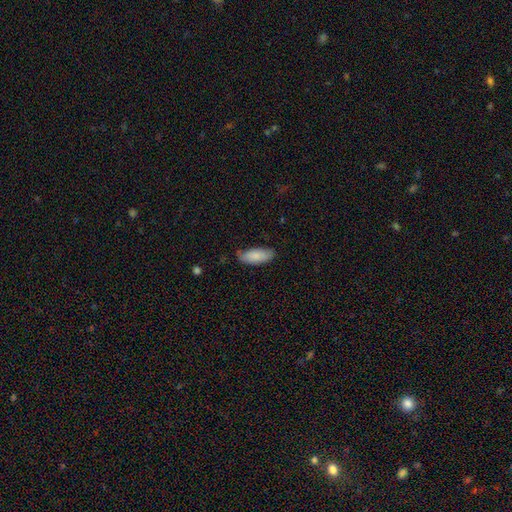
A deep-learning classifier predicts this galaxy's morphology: This appears to be a smooth galaxy with no disk features (85%) that is in between round and cigar-shaped (80%). Merging: none (74%).